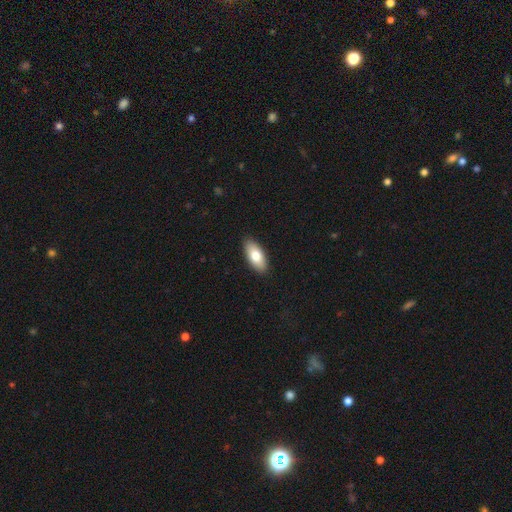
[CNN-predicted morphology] Smooth or featured?
  - smooth: 77% *
  - featured or disk: 17%
  - star or artifact: 6%
How rounded?
  - in between: 88% *
  - cigar-shaped: 10%
  - round: 2%
Merging?
  - none: 90% *
  - minor disturbance: 8%
  - major disturbance: 2%
  - merger: 1%